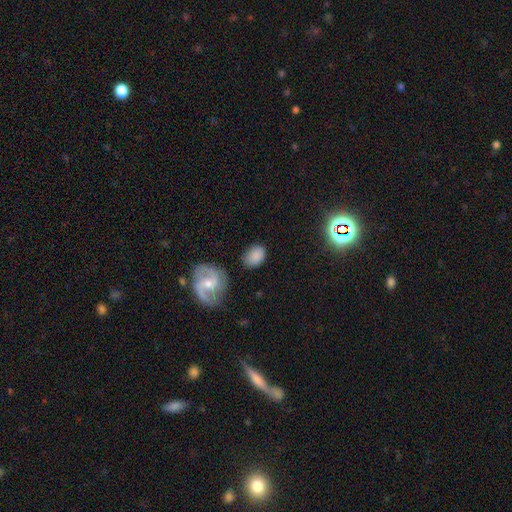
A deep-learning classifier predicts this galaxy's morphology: Smooth or featured: smooth — 75% (featured or disk — 16%)
How rounded: in between — 77% (round — 22%)
Merging: none — 72% (minor disturbance — 18%)